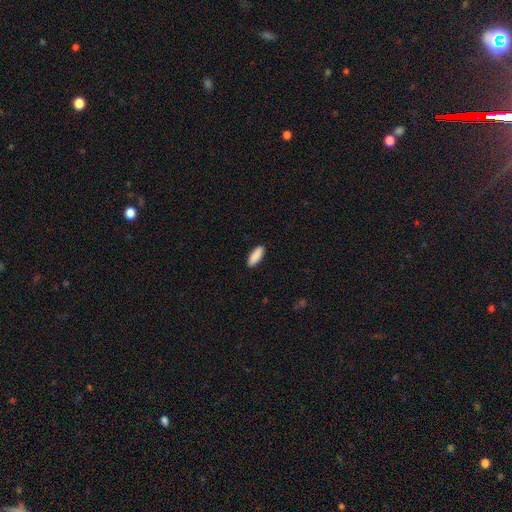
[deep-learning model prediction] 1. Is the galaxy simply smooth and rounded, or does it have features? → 91% smooth, 6% star or artifact, 4% featured or disk.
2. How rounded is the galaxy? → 69% in between, 29% cigar-shaped, 2% round.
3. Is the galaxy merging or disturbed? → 91% none, 7% minor disturbance, 2% major disturbance, 1% merger.